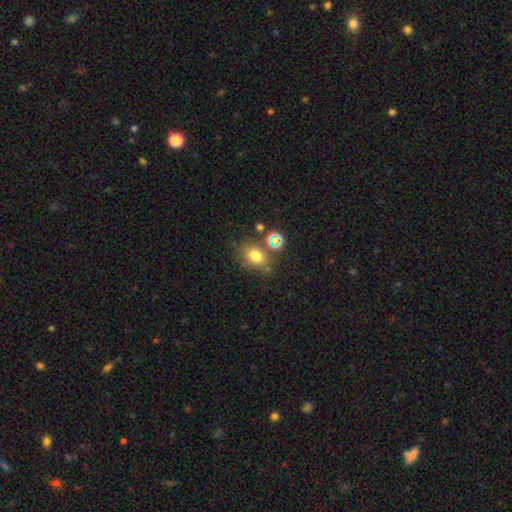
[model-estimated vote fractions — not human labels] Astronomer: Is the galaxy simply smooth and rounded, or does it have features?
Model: smooth — 72%.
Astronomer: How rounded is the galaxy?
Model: in between — 62%.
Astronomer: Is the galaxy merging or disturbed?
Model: none — 65%.